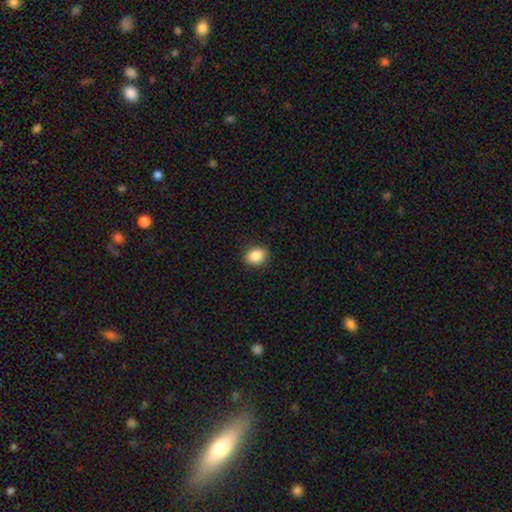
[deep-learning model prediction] Smooth or featured? Predicted: smooth (p=0.87). How rounded? Predicted: in between (p=0.52). Merging? Predicted: none (p=0.88).